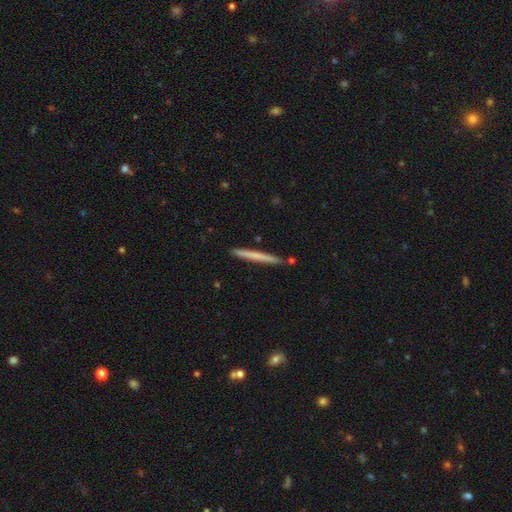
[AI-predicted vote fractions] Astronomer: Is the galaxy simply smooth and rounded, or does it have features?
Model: smooth — 62%.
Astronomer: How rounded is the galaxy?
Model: cigar-shaped — 97%.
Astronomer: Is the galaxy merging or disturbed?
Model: none — 88%.